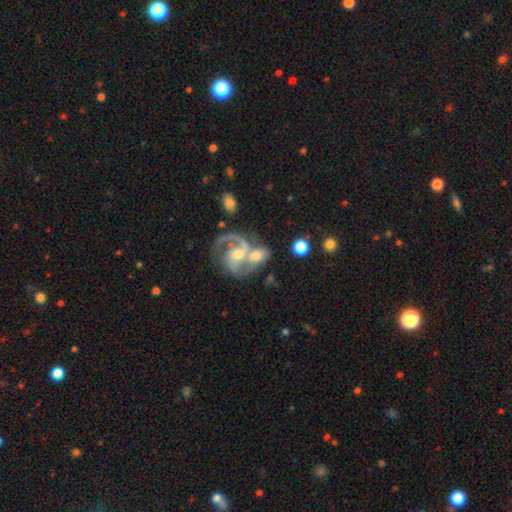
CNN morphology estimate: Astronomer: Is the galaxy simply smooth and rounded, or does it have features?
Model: featured or disk — 73%.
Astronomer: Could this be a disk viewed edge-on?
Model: no — 97%.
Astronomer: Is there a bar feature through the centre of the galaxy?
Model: no — 48% (runner-up: weak, 37%).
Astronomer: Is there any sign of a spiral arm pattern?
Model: yes — 89%.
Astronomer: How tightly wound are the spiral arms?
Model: medium — 51% (runner-up: loose, 29%).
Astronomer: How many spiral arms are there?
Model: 2 — 63%.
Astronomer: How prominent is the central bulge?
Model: moderate — 56%.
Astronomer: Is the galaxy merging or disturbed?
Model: merger — 57%.